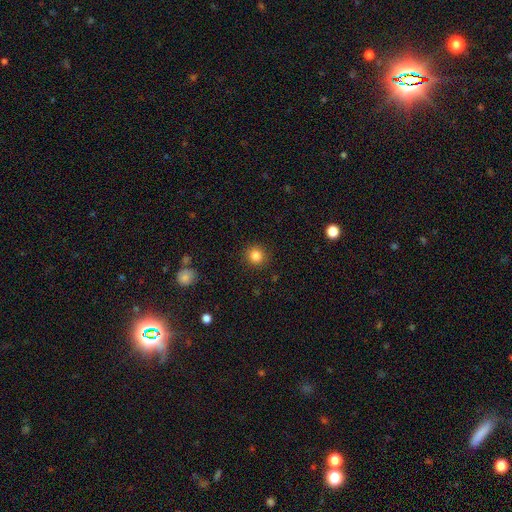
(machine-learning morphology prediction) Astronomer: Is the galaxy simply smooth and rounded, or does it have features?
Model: smooth — 84%.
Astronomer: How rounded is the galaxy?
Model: round — 91%.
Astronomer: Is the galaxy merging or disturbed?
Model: none — 91%.